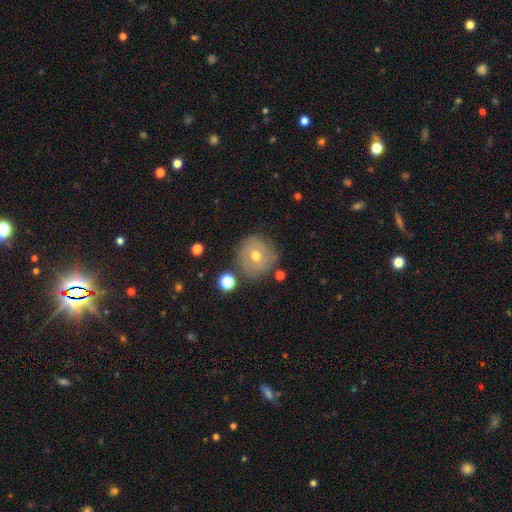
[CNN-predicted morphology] A featured or disk galaxy (48%).

Vote fractions:
- Smooth or featured? featured or disk: 48% / smooth: 41% / star or artifact: 11%
- Merging? none: 78% / minor disturbance: 14% / major disturbance: 5% / merger: 3%